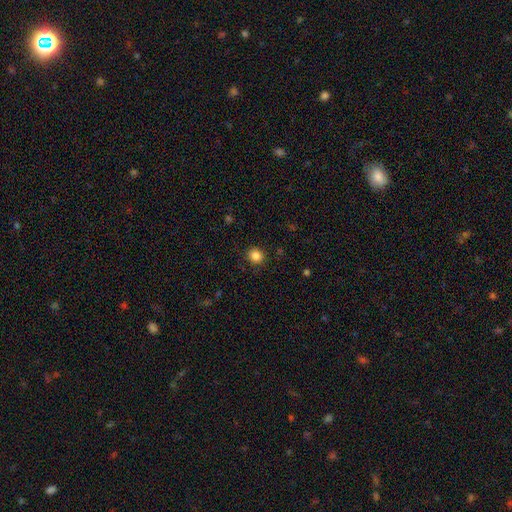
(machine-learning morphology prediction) A smooth galaxy with no disk features (85%) that is round (88%).

Vote fractions:
- Smooth or featured? smooth: 85% / star or artifact: 11% / featured or disk: 4%
- How rounded? round: 88% / in between: 11% / cigar-shaped: 1%
- Merging? none: 89% / minor disturbance: 8% / major disturbance: 3% / merger: 1%